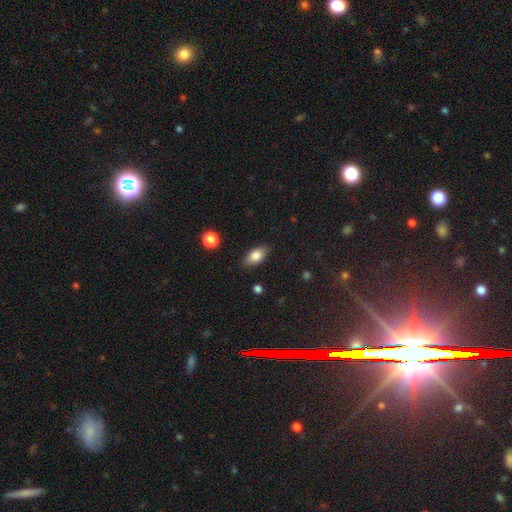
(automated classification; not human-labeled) The model was most divided on "smooth or featured": smooth: 82%, featured or disk: 10%, star or artifact: 8%. More confident: how rounded — in between (88%); merging — none (85%).